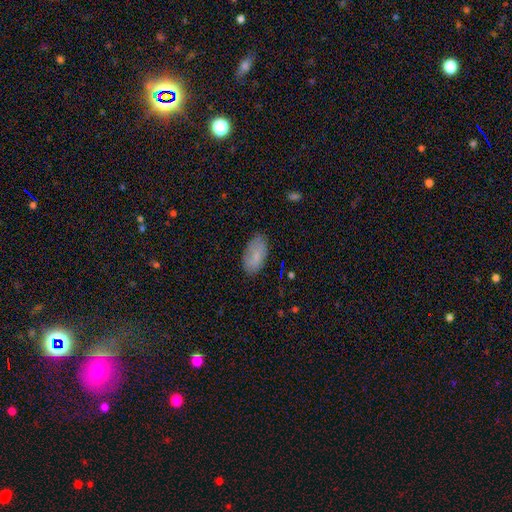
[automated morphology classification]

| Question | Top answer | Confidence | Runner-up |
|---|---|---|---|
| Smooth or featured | smooth | 78% | featured or disk (15%) |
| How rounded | in between | 94% | cigar-shaped (3%) |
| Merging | none | 77% | minor disturbance (17%) |